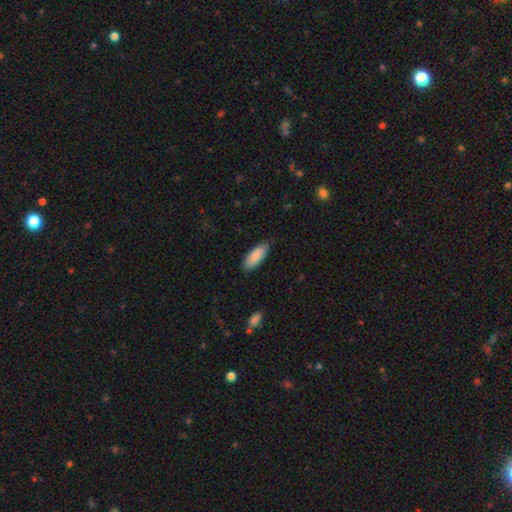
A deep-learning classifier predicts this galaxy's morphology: A smooth galaxy with no disk features (88%) that is in between round and cigar-shaped (78%).

Vote fractions:
- Smooth or featured? smooth: 88% / featured or disk: 7% / star or artifact: 5%
- How rounded? in between: 78% / cigar-shaped: 20% / round: 1%
- Merging? none: 84% / minor disturbance: 13% / major disturbance: 2% / merger: 1%